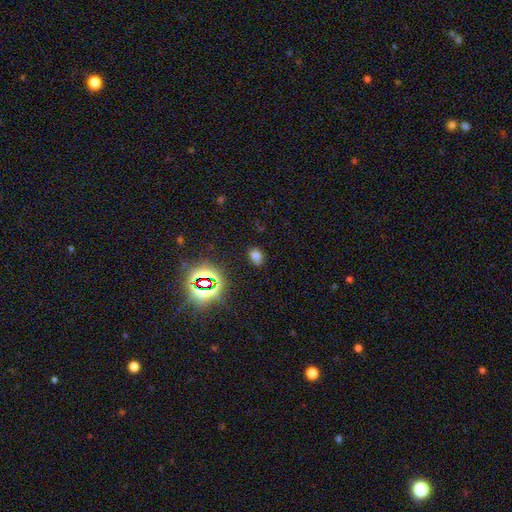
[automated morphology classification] This appears to be a smooth galaxy with no disk features (67%) that is in between round and cigar-shaped (77%). Merging: none (82%).